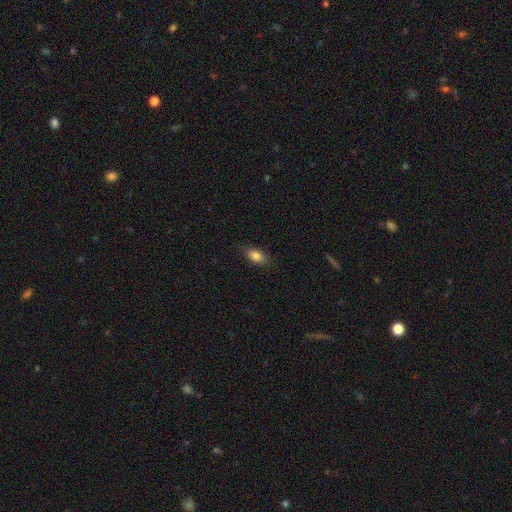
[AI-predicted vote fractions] Q: Smooth or featured?
A: smooth (83%); runner-up: star or artifact (9%)
Q: How rounded?
A: in between (84%); runner-up: round (9%)
Q: Merging?
A: none (78%); runner-up: minor disturbance (17%)